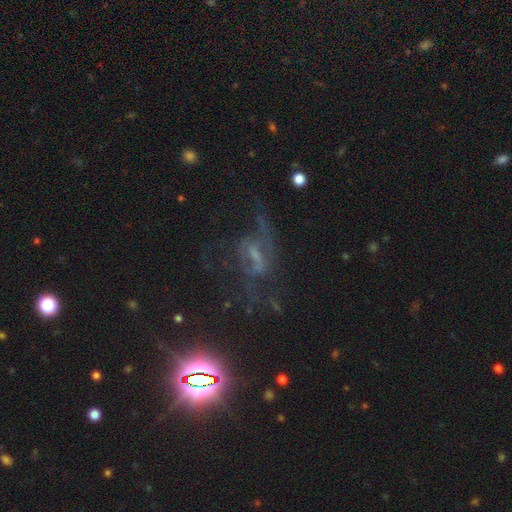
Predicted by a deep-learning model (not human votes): Smooth or featured? featured or disk (51%)
Edge-on disk? no (88%)
Merging? none (44%)